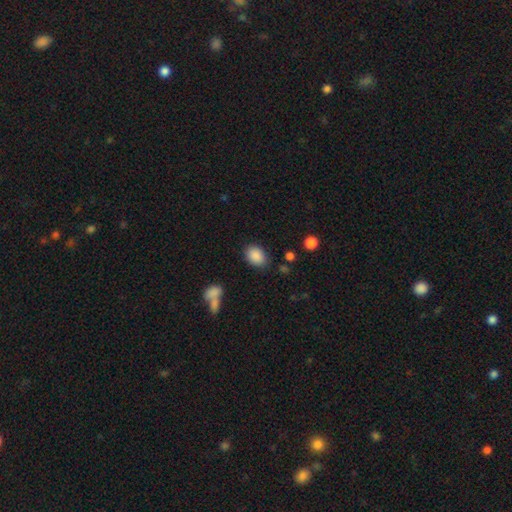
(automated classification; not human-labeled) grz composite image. It shows a smooth galaxy with no disk features (88%) that is in between round and cigar-shaped (73%). Merging: none (82%).